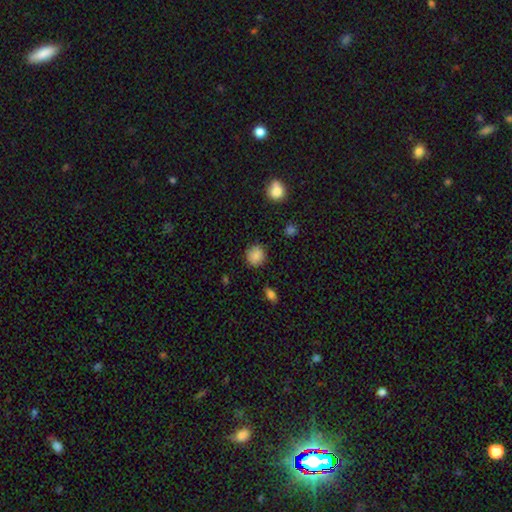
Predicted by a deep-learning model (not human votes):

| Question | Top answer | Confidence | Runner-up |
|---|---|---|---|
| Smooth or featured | smooth | 86% | star or artifact (9%) |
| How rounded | round | 88% | in between (11%) |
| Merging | none | 86% | minor disturbance (10%) |